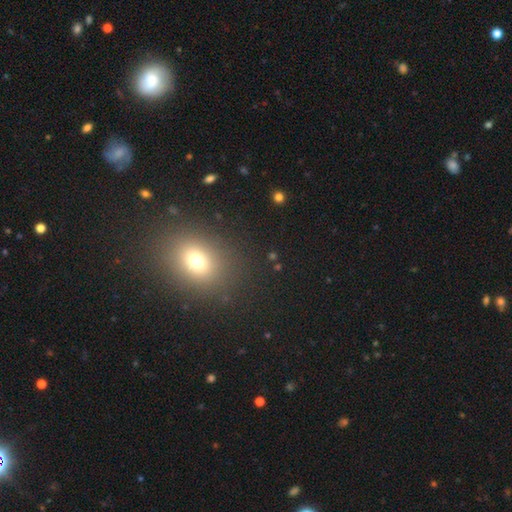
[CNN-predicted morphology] Smooth or featured?
  - smooth: 63% *
  - star or artifact: 29%
  - featured or disk: 8%
How rounded?
  - in between: 55% *
  - round: 44%
  - cigar-shaped: 2%
Merging?
  - none: 89% *
  - minor disturbance: 6%
  - major disturbance: 3%
  - merger: 2%